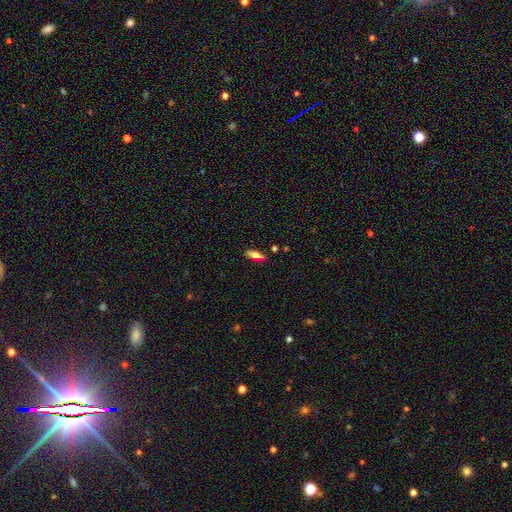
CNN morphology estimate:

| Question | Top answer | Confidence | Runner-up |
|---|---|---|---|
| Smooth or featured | smooth | 61% | featured or disk (30%) |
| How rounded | in between | 57% | cigar-shaped (40%) |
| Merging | none | 85% | minor disturbance (10%) |